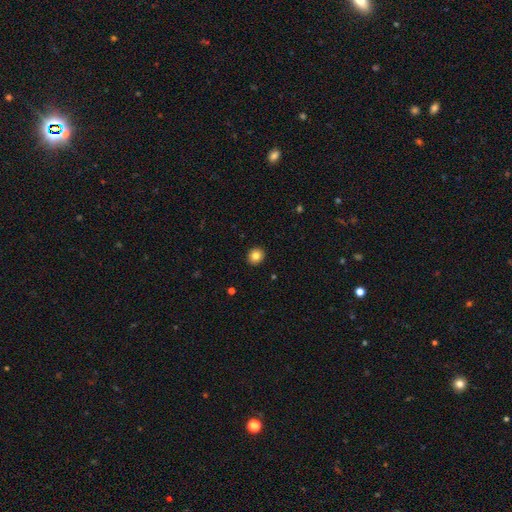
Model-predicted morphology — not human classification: Smooth or featured: smooth — 84% (star or artifact — 10%)
How rounded: round — 84% (in between — 15%)
Merging: none — 92% (minor disturbance — 5%)